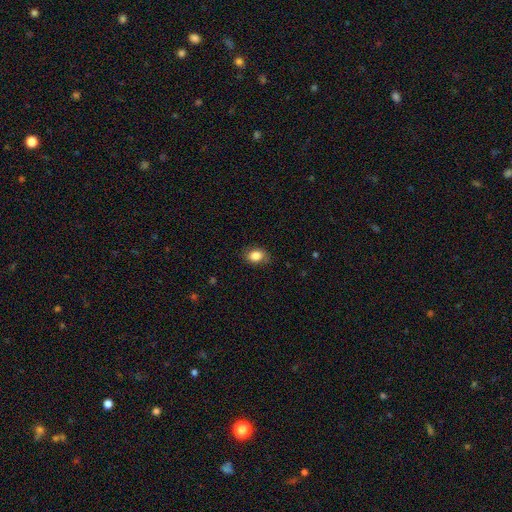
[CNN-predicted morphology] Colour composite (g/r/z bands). It shows a smooth galaxy with no disk features (82%) that is in between round and cigar-shaped (68%). Merging: none (77%).